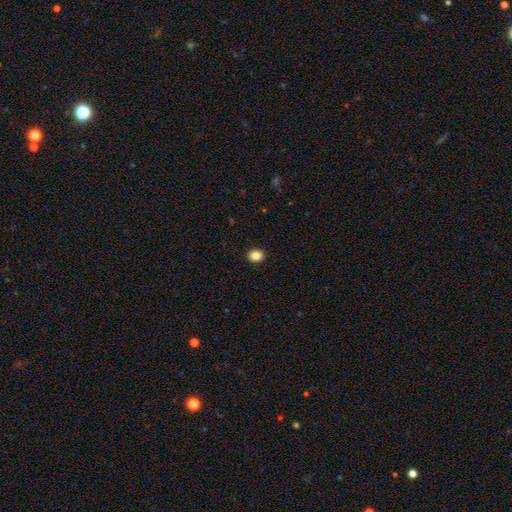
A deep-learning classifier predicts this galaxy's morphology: smooth 86%, star or artifact 10%, featured or disk 5%. Down the decision tree: how rounded — round (60%); merging — none (92%).